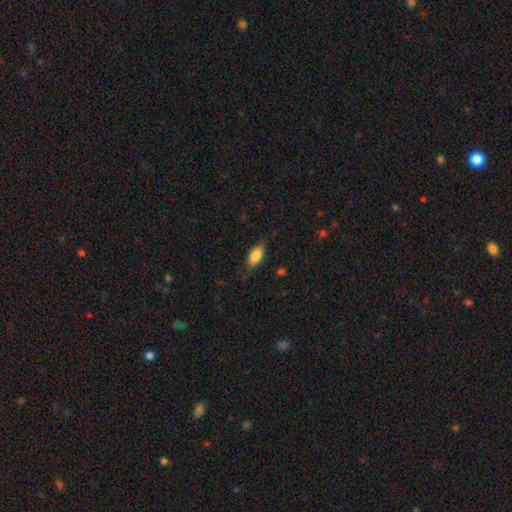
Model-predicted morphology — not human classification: Smooth or featured?
  - smooth: 74% *
  - featured or disk: 19%
  - star or artifact: 7%
How rounded?
  - in between: 81% *
  - cigar-shaped: 16%
  - round: 3%
Merging?
  - none: 77% *
  - minor disturbance: 18%
  - major disturbance: 4%
  - merger: 1%